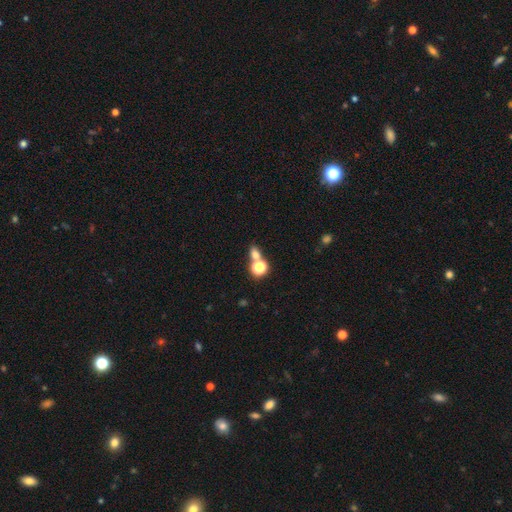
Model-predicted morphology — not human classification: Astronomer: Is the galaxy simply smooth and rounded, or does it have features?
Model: smooth — 68%.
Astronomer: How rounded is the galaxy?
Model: round — 49% (runner-up: in between, 48%).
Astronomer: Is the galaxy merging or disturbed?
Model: none — 47% (runner-up: merger, 40%).